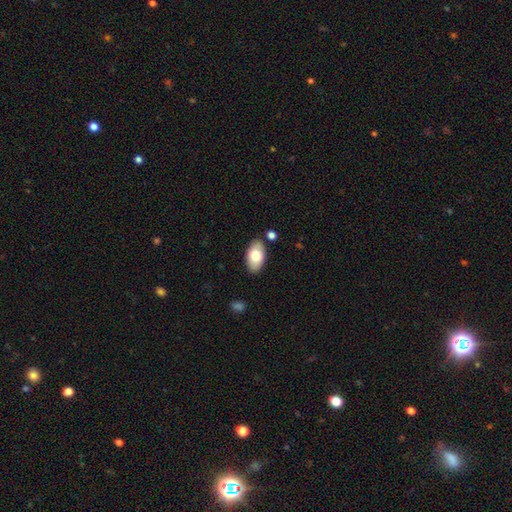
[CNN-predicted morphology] This is likely a smooth galaxy (75%). How rounded: clearly in between (95%). Merging: clearly none (84%).